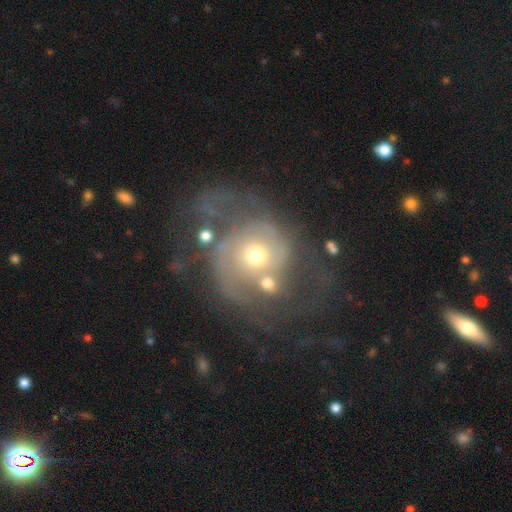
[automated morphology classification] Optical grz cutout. It shows a featured or disk galaxy (77%) with no bar (78%), 2 (62%) medium (43%) spiral arms (84%) and a moderate central bulge (54%). Merging: none (45%).